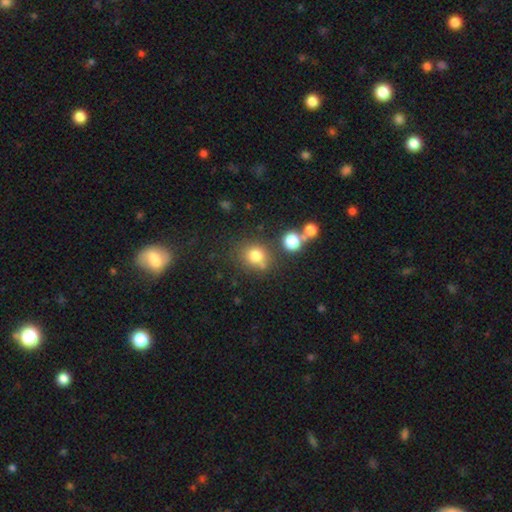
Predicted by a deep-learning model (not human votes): Smooth or featured?
  - smooth: 77% *
  - star or artifact: 14%
  - featured or disk: 9%
How rounded?
  - round: 77% *
  - in between: 22%
  - cigar-shaped: 1%
Merging?
  - none: 64% *
  - merger: 16%
  - minor disturbance: 14%
  - major disturbance: 6%